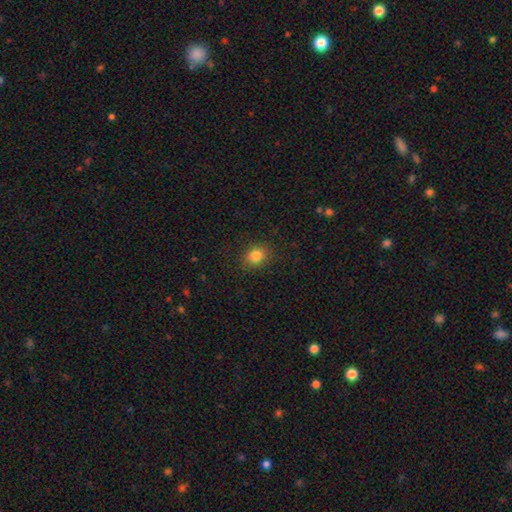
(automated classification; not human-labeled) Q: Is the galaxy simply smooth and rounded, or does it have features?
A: smooth — 83%.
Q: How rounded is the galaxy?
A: round — 57%.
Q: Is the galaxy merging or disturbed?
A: none — 87%.